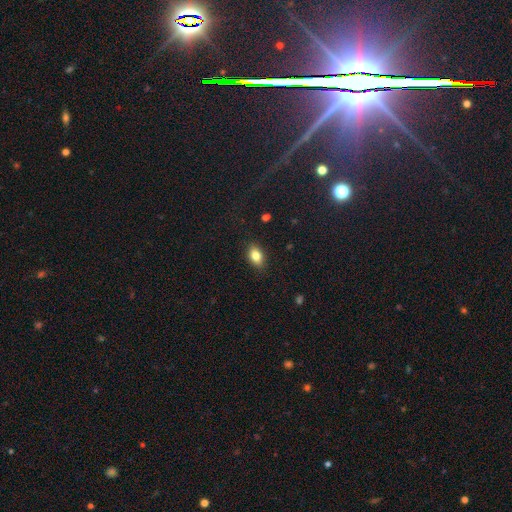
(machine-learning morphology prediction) smooth-or-featured: smooth: 83% | star or artifact: 9% | featured or disk: 8%
  how-rounded: in between: 85% | round: 13% | cigar-shaped: 3%
  merging: none: 87% | minor disturbance: 10% | major disturbance: 2% | merger: 1%